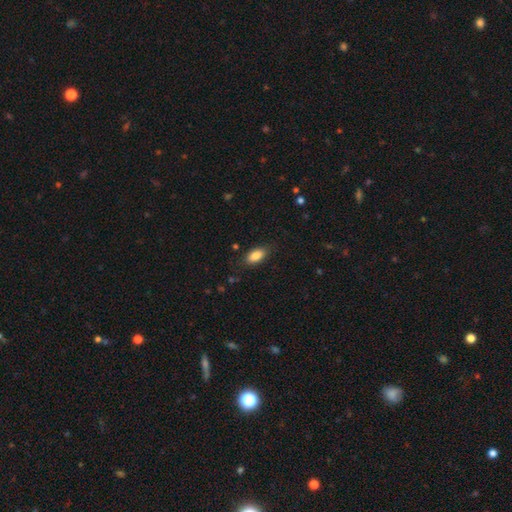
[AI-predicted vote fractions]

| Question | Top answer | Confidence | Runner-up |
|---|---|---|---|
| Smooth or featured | smooth | 85% | star or artifact (7%) |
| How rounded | in between | 90% | cigar-shaped (6%) |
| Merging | none | 83% | minor disturbance (13%) |